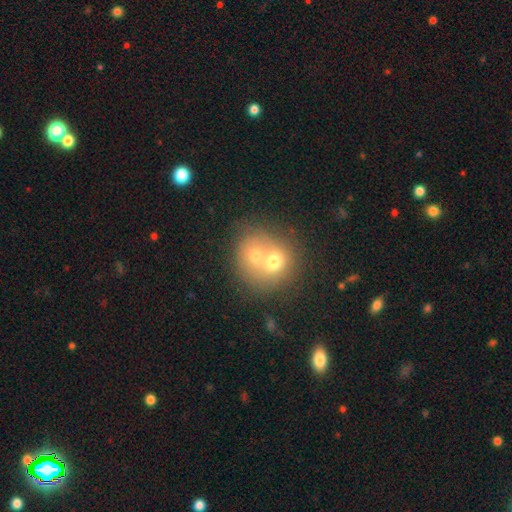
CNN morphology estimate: smooth-or-featured: smooth: 62% | featured or disk: 28% | star or artifact: 11%
  how-rounded: round: 74% | in between: 25% | cigar-shaped: 1%
  merging: merger: 72% | none: 20% | minor disturbance: 5% | major disturbance: 3%